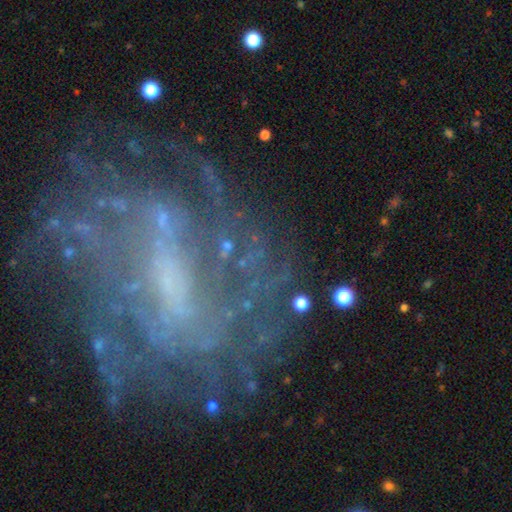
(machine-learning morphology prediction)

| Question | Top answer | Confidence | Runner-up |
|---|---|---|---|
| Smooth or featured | featured or disk | 79% | star or artifact (13%) |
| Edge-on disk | no | 96% | yes (4%) |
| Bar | no | 39% | weak (38%) |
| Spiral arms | yes | 83% | no (17%) |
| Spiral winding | tight | 49% | medium (34%) |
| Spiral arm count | can't tell | 41% | 2 (20%) |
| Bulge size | small | 47% | none (33%) |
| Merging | none | 62% | major disturbance (18%) |